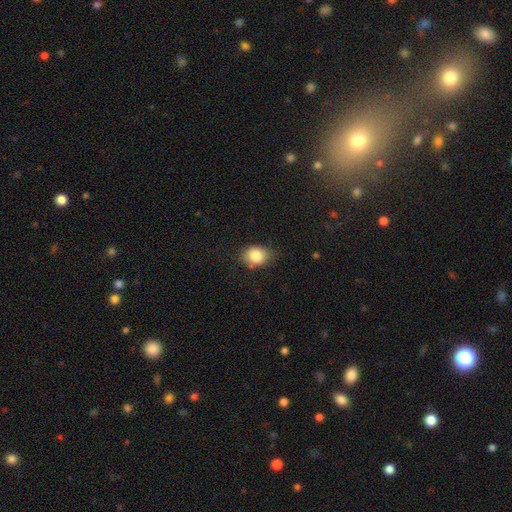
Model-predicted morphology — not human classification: type=smooth (83%); roundness=round (52%); merging=none (69%).